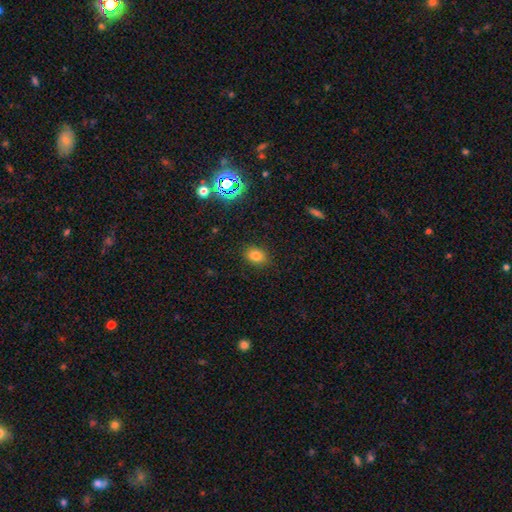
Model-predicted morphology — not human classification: This is likely a smooth galaxy (78%). How rounded: likely in between (65%). Merging: clearly none (87%).